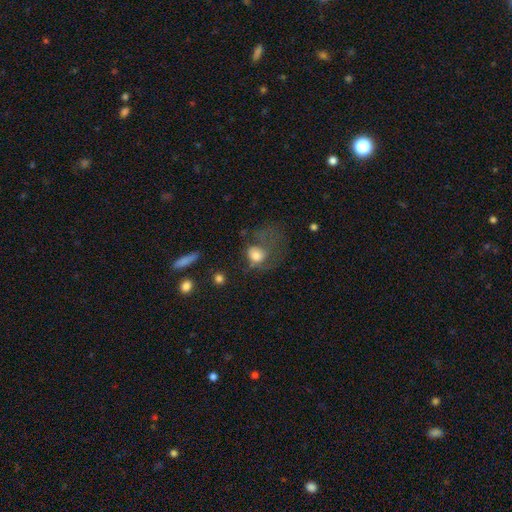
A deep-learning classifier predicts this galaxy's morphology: type=smooth (66%); roundness=round (59%); merging=major disturbance (54%).